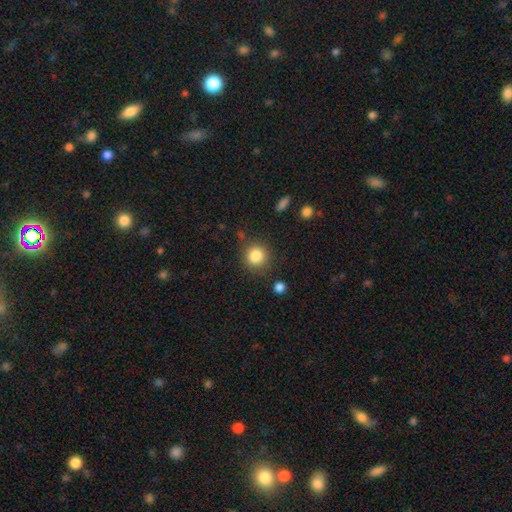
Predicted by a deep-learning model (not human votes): smooth-or-featured: smooth: 84% | star or artifact: 10% | featured or disk: 6%
  how-rounded: round: 89% | in between: 10% | cigar-shaped: 1%
  merging: none: 84% | minor disturbance: 10% | major disturbance: 3% | merger: 3%